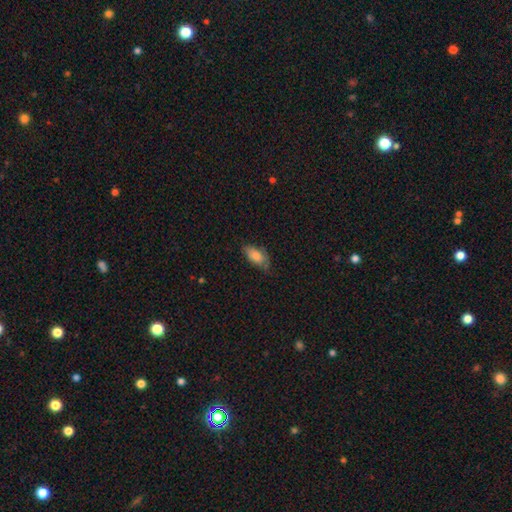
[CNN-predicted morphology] smooth-or-featured: smooth: 79% | featured or disk: 14% | star or artifact: 7%
  how-rounded: in between: 89% | cigar-shaped: 8% | round: 3%
  merging: none: 60% | minor disturbance: 31% | major disturbance: 7% | merger: 1%